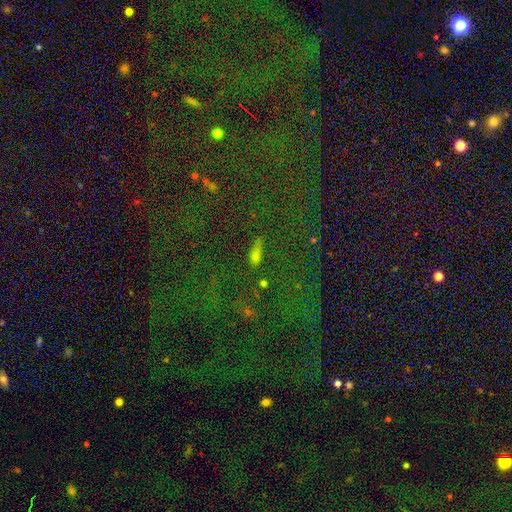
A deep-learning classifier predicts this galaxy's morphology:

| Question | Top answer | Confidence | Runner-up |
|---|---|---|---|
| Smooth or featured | smooth | 46% | star or artifact (39%) |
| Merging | none | 74% | minor disturbance (14%) |